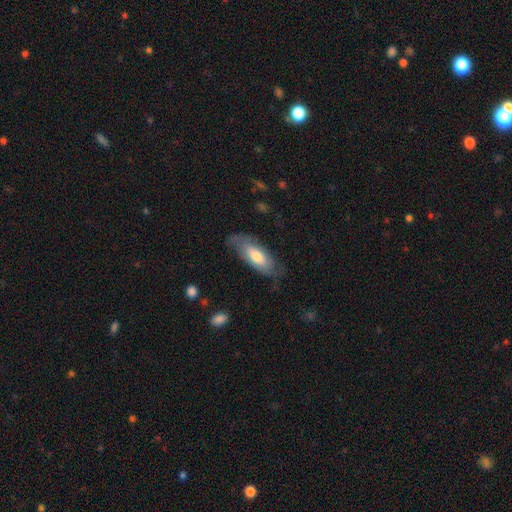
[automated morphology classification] Smooth or featured: smooth — 59% (featured or disk — 35%)
How rounded: in between — 75% (cigar-shaped — 23%)
Merging: none — 65% (minor disturbance — 24%)